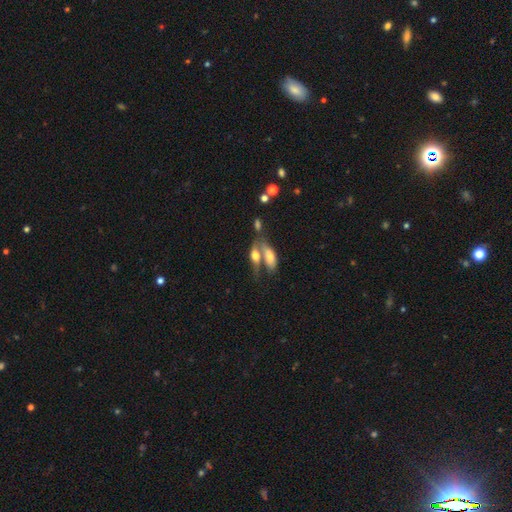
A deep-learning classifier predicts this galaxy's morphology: This appears to be a smooth galaxy with no disk features (58%) that is in between round and cigar-shaped (75%). Merging: merger (57%).